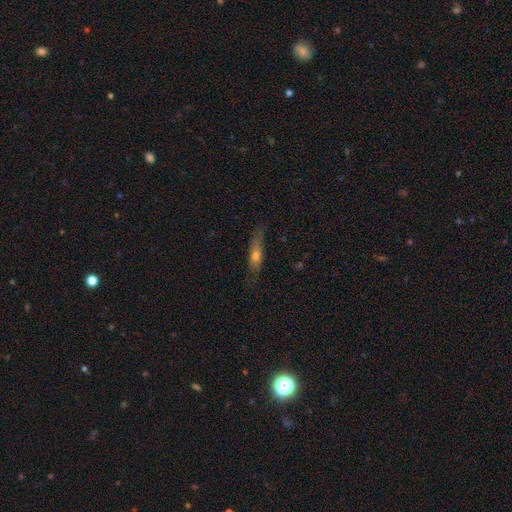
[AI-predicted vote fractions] This appears to be a smooth galaxy with no disk features (55%) that is cigar-shaped (65%). Merging: none (69%).